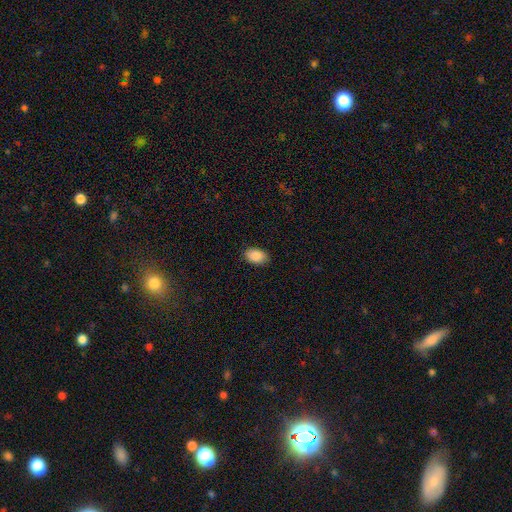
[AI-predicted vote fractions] Morphology: type=smooth (89%); roundness=in between (90%); merging=none (88%).